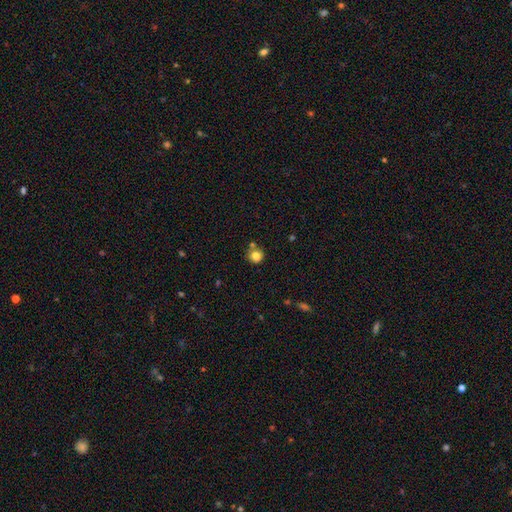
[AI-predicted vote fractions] Smooth or featured? smooth (81%)
How rounded? round (92%)
Merging? none (71%)